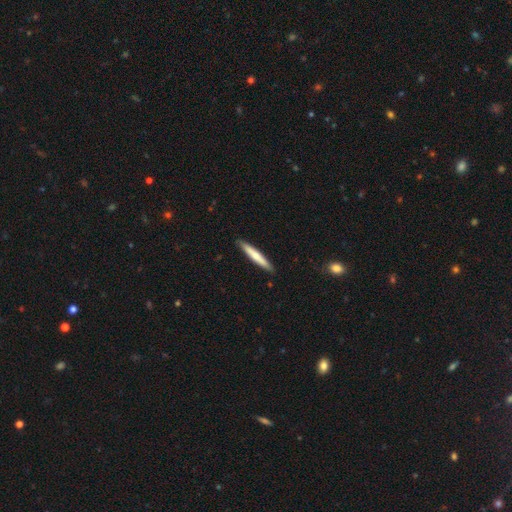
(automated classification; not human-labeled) A smooth galaxy with no disk features (60%) that is cigar-shaped (95%).

Vote fractions:
- Smooth or featured? smooth: 60% / featured or disk: 35% / star or artifact: 5%
- How rounded? cigar-shaped: 95% / in between: 4% / round: 1%
- Merging? none: 91% / minor disturbance: 7% / major disturbance: 1% / merger: 1%